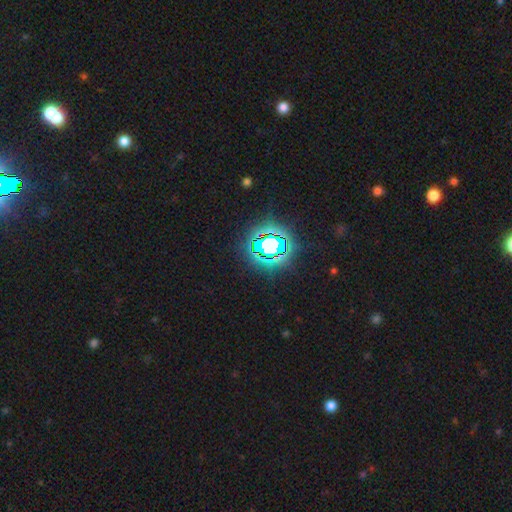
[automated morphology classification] star or artifact 83%, smooth 11%, featured or disk 6%.